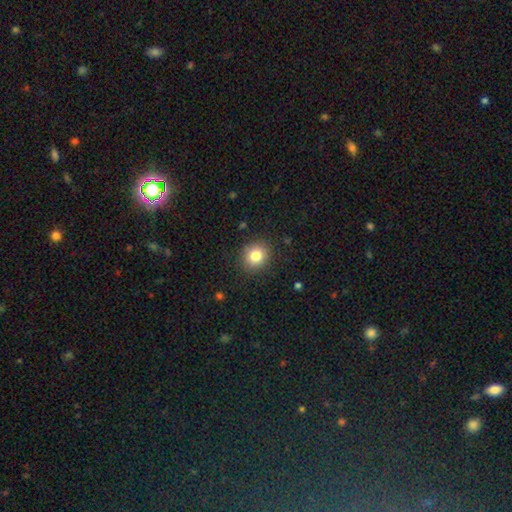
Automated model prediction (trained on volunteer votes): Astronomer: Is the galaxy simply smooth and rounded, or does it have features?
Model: smooth — 82%.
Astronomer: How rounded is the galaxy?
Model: round — 79%.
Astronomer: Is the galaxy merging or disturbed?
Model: none — 89%.